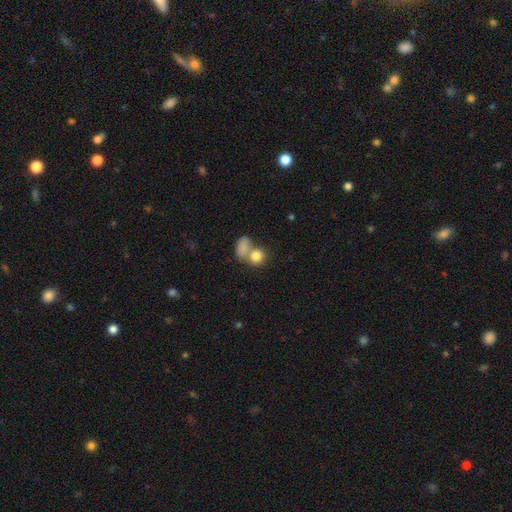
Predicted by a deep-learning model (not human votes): Overall: smooth (81%). How rounded: round (70%). Merging: merger (50%; none 35%).